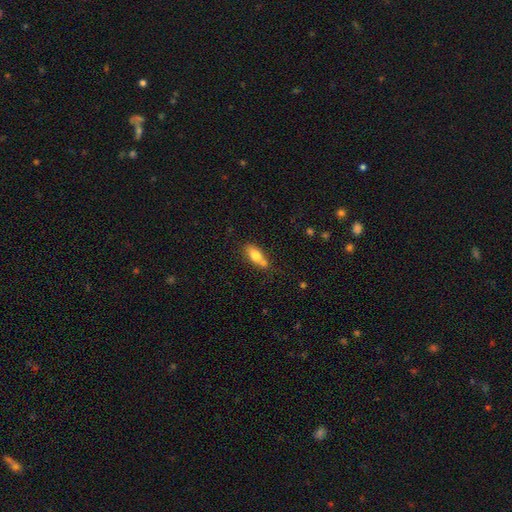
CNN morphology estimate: The model was most divided on "merging": none: 53%, merger: 25%, minor disturbance: 17%, major disturbance: 5%. More confident: smooth or featured — smooth (74%); how rounded — in between (74%).